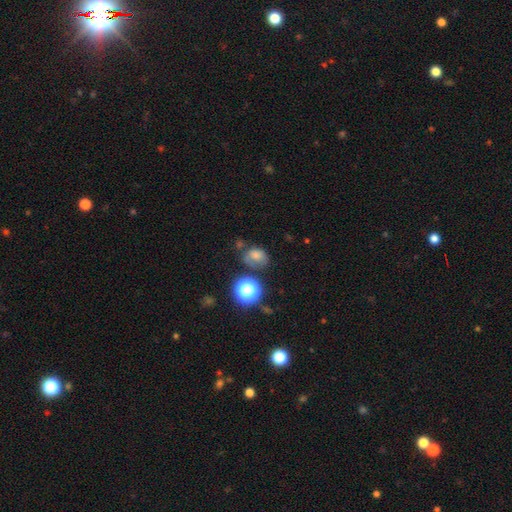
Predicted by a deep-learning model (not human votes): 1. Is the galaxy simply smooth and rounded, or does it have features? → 64% smooth, 19% star or artifact, 17% featured or disk.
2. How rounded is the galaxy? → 54% in between, 44% round, 1% cigar-shaped.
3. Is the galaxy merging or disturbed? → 50% none, 26% minor disturbance, 14% major disturbance, 10% merger.